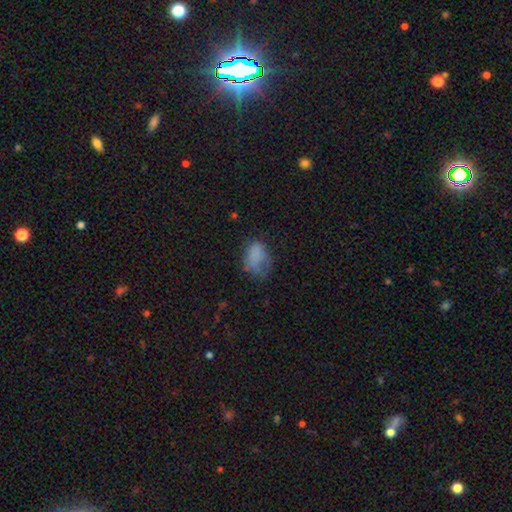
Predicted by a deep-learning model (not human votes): Morphology: type=smooth (74%); roundness=in between (82%); merging=none (36%).